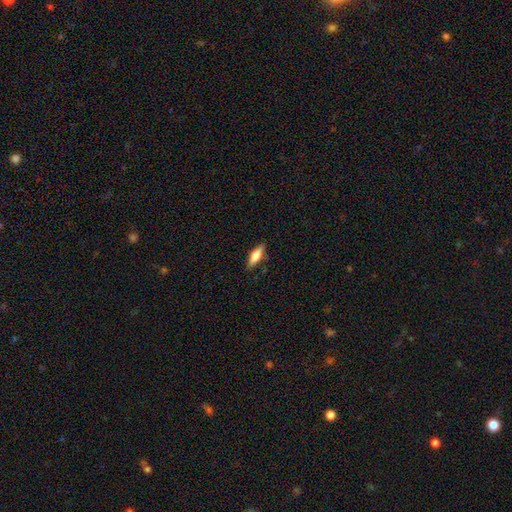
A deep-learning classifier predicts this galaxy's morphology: Smooth or featured?
  - smooth: 57% *
  - featured or disk: 37%
  - star or artifact: 7%
How rounded?
  - in between: 49% *
  - cigar-shaped: 48%
  - round: 3%
Merging?
  - none: 81% *
  - minor disturbance: 14%
  - major disturbance: 3%
  - merger: 2%